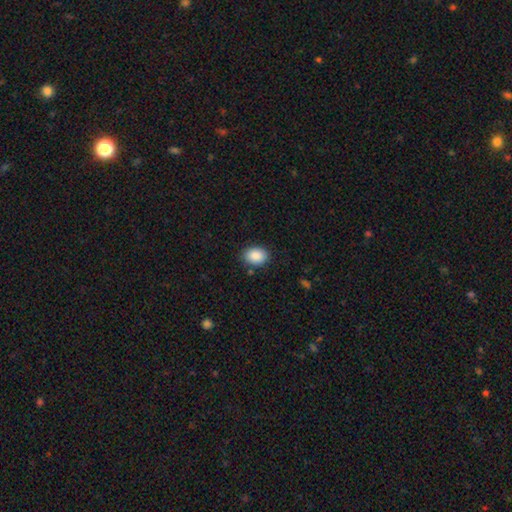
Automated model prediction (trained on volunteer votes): Smooth or featured? smooth (89%)
How rounded? in between (70%)
Merging? none (86%)